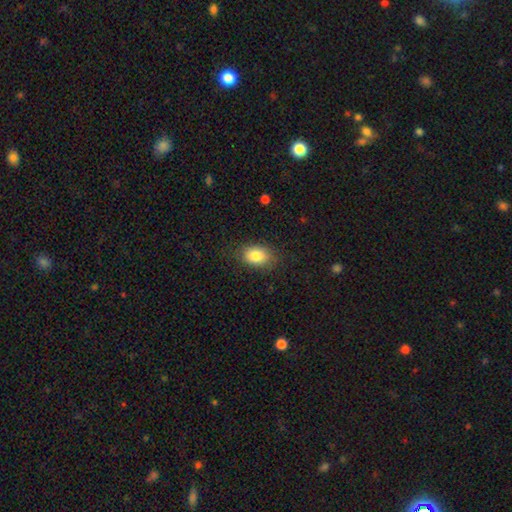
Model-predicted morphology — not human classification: smooth-or-featured: smooth: 84% | star or artifact: 8% | featured or disk: 7%
  how-rounded: in between: 80% | round: 18% | cigar-shaped: 1%
  merging: none: 82% | minor disturbance: 13% | major disturbance: 4% | merger: 1%